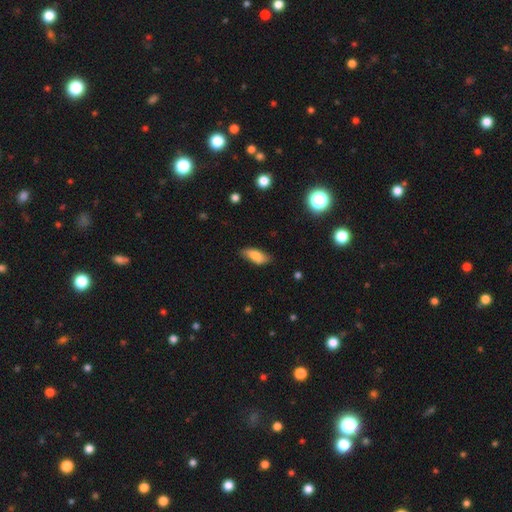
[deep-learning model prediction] Smooth or featured? smooth (77%)
How rounded? in between (79%)
Merging? none (76%)